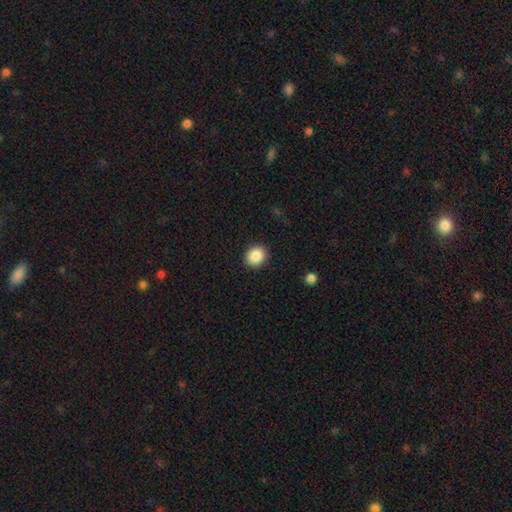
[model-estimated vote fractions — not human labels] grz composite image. It shows a smooth galaxy with no disk features (87%) that is round (71%). Merging: none (90%).